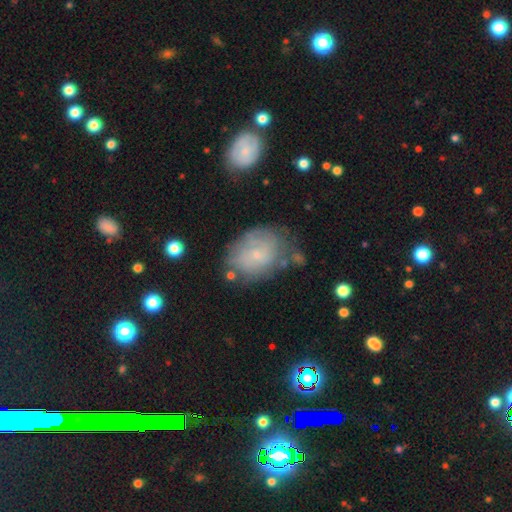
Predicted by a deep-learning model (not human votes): A featured or disk galaxy (49%). Merging: none (57%).